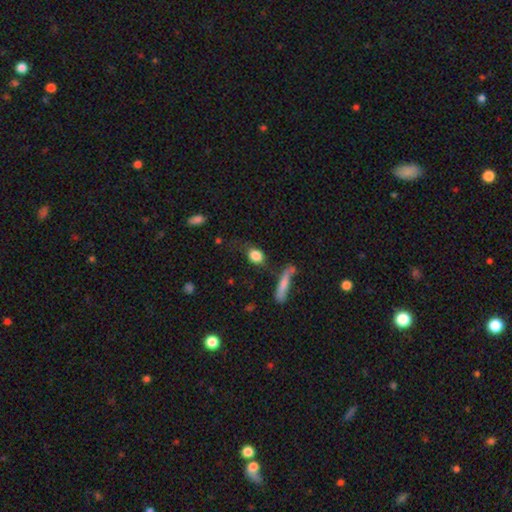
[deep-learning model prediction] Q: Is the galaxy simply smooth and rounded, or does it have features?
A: smooth — 83%.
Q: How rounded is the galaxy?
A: in between — 54%.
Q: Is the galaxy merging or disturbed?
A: none — 59%.